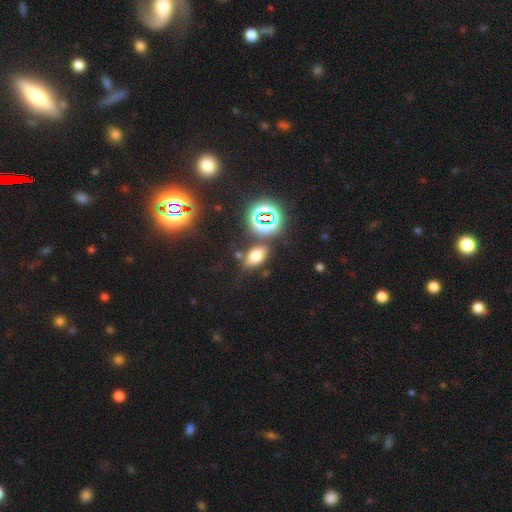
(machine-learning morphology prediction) Smooth or featured: smooth — 64% (star or artifact — 26%)
How rounded: in between — 83% (round — 14%)
Merging: none — 76% (minor disturbance — 12%)